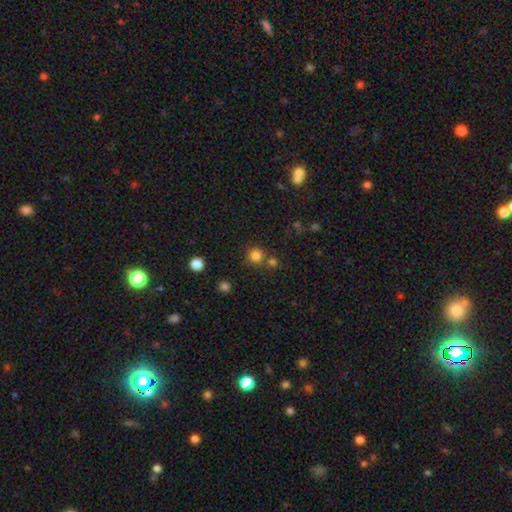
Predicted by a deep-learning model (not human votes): smooth-or-featured: smooth: 80% | star or artifact: 15% | featured or disk: 5%
  how-rounded: round: 93% | in between: 6% | cigar-shaped: 1%
  merging: none: 76% | merger: 14% | minor disturbance: 7% | major disturbance: 3%